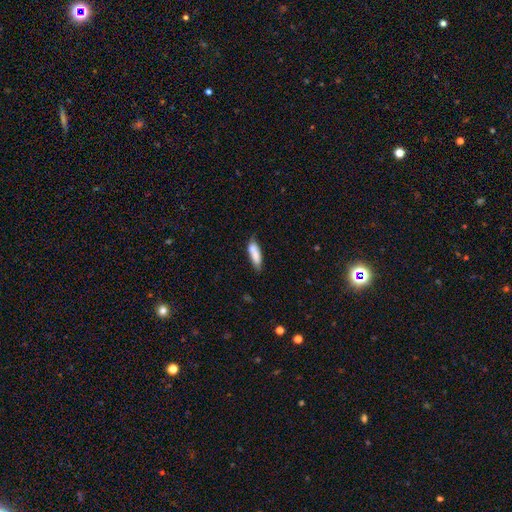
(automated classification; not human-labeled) smooth_or_featured: smooth (p=0.81) [alt: featured or disk p=0.12]
how_rounded: cigar-shaped (p=0.54) [alt: in between p=0.44]
merging: none (p=0.59) [alt: minor disturbance p=0.25]